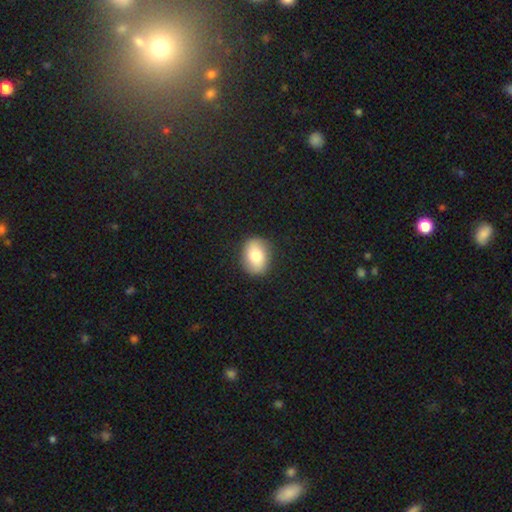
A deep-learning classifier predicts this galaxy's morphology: The model was most divided on "how rounded": in between: 67%, round: 32%, cigar-shaped: 1%. More confident: merging — none (87%); smooth or featured — smooth (75%).